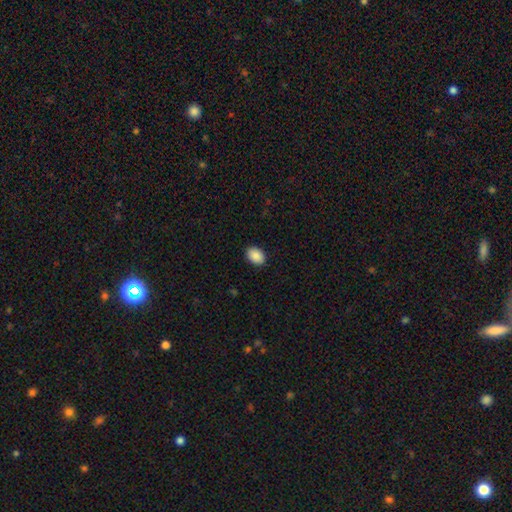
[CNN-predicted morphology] smooth-or-featured: smooth: 89% | star or artifact: 7% | featured or disk: 3%
  how-rounded: in between: 79% | round: 20% | cigar-shaped: 1%
  merging: none: 90% | minor disturbance: 7% | major disturbance: 2% | merger: 1%